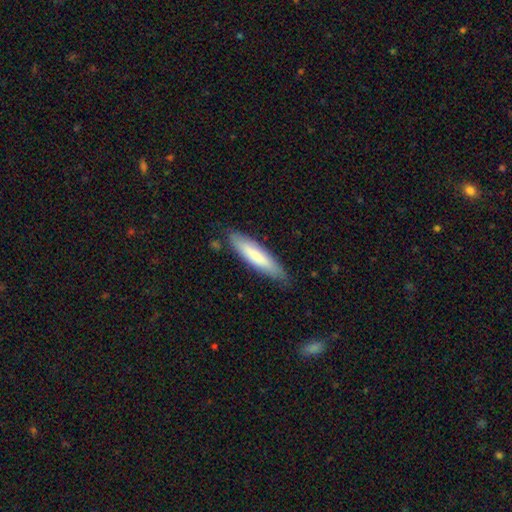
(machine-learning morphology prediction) A smooth galaxy with no disk features (74%) that is cigar-shaped (78%).

Vote fractions:
- Smooth or featured? smooth: 74% / featured or disk: 21% / star or artifact: 5%
- How rounded? cigar-shaped: 78% / in between: 21% / round: 1%
- Merging? none: 83% / minor disturbance: 14% / major disturbance: 2% / merger: 2%